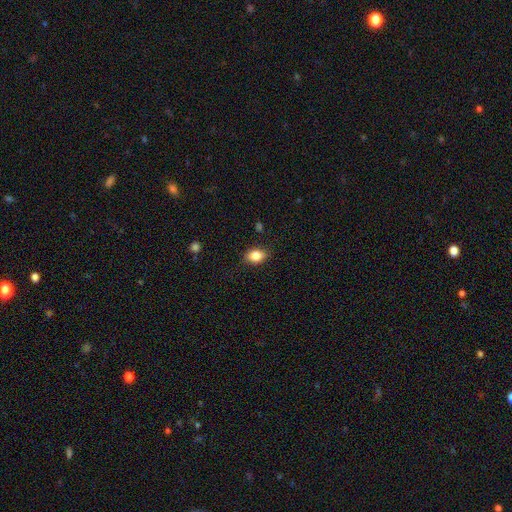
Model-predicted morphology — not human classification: Smooth or featured: smooth — 84% (star or artifact — 9%)
How rounded: in between — 72% (round — 26%)
Merging: none — 82% (minor disturbance — 14%)